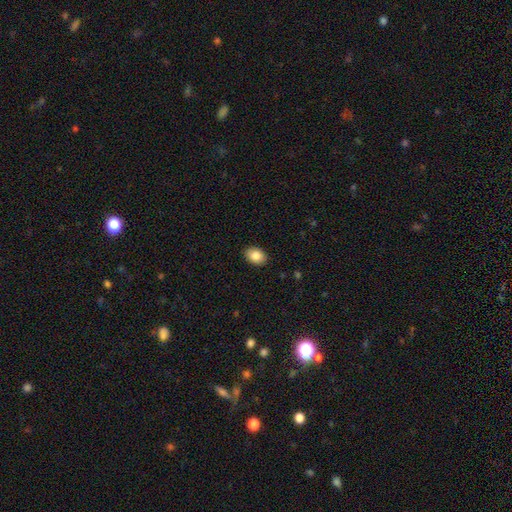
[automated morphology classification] smooth_or_featured: smooth (p=0.85) [alt: star or artifact p=0.08]
how_rounded: in between (p=0.78) [alt: round p=0.21]
merging: none (p=0.89) [alt: minor disturbance p=0.08]